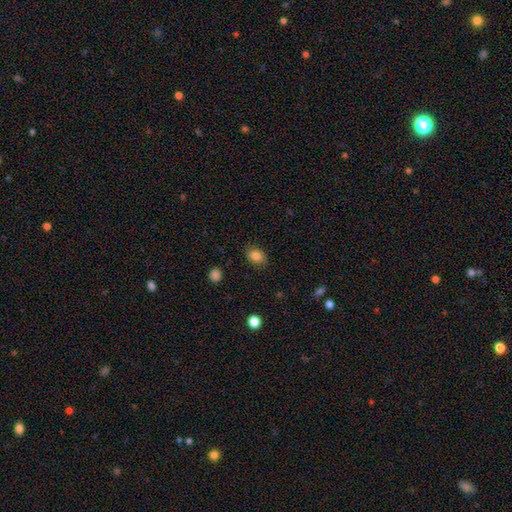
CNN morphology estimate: Overall: smooth (85%). How rounded: in between (62%; round 37%). Merging: none (83%).